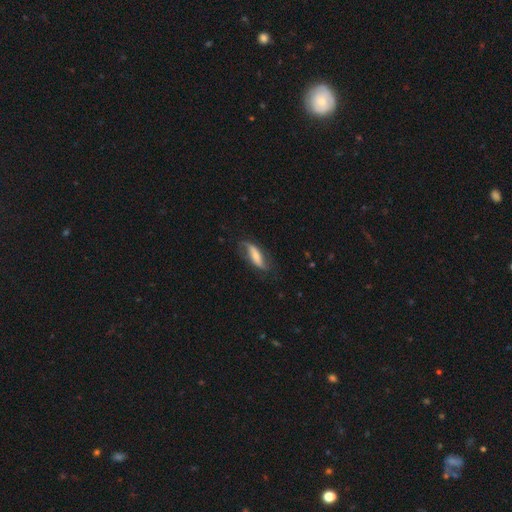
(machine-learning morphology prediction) smooth-or-featured: featured or disk: 54% | smooth: 40% | star or artifact: 7%
  disk-edge-on: no: 79% | yes: 21%
  merging: none: 63% | minor disturbance: 25% | major disturbance: 11% | merger: 2%